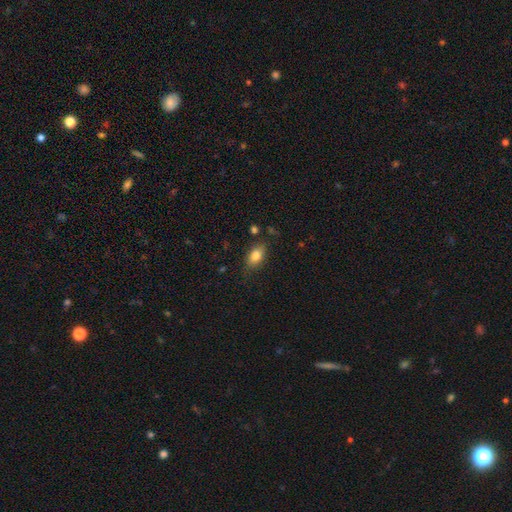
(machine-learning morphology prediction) Smooth or featured? Predicted: smooth (p=0.82). How rounded? Predicted: in between (p=0.86). Merging? Predicted: none (p=0.79).